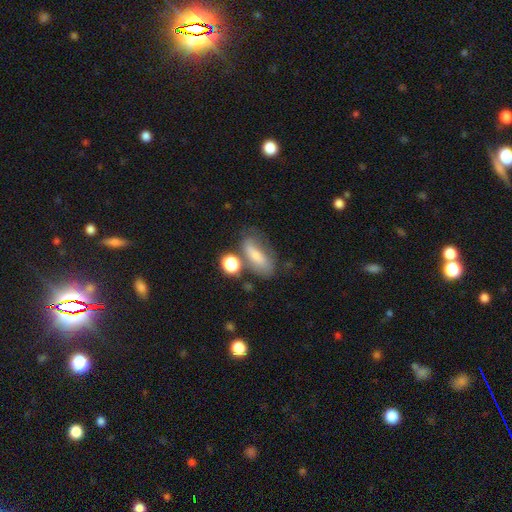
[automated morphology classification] type=smooth (61%); roundness=in between (73%); merging=none (48%).